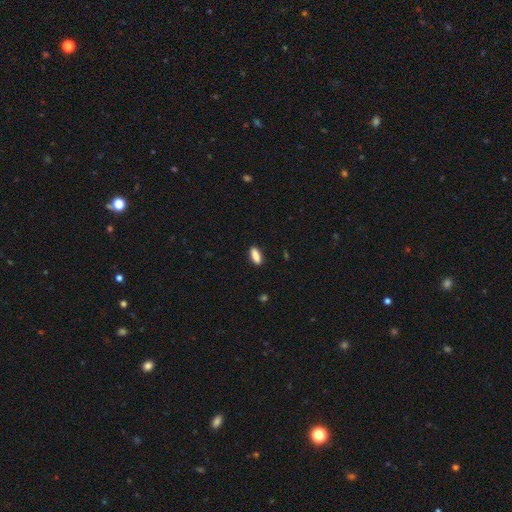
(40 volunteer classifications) Q: Smooth or featured?
A: smooth (95%); runner-up: featured or disk (2%)
Q: How rounded?
A: in between (66%); runner-up: cigar-shaped (34%)
Q: Merging?
A: none (100%)